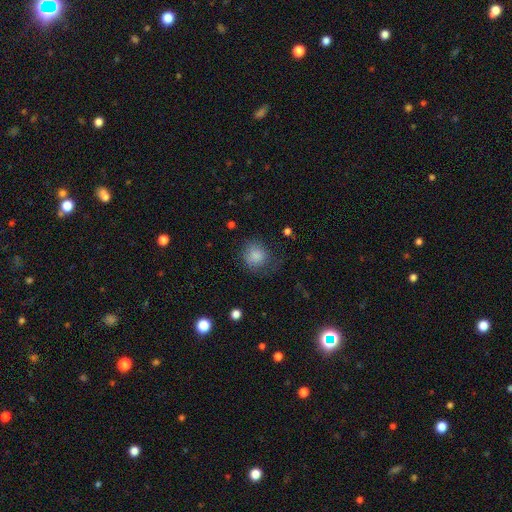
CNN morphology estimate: Smooth or featured: smooth — 83% (star or artifact — 9%)
How rounded: round — 83% (in between — 16%)
Merging: none — 59% (minor disturbance — 23%)